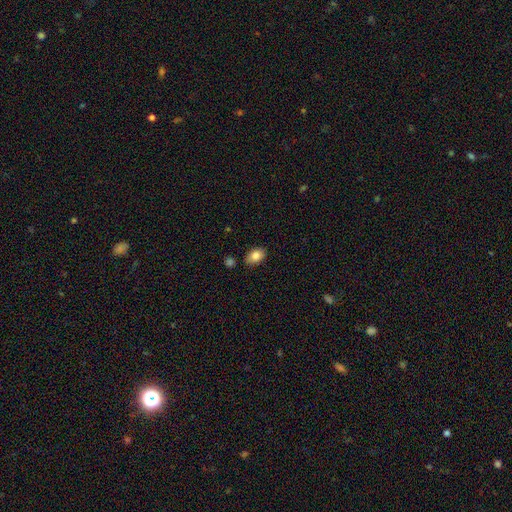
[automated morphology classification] This is clearly a smooth galaxy (83%). How rounded: clearly in between (86%). Merging: clearly none (83%).